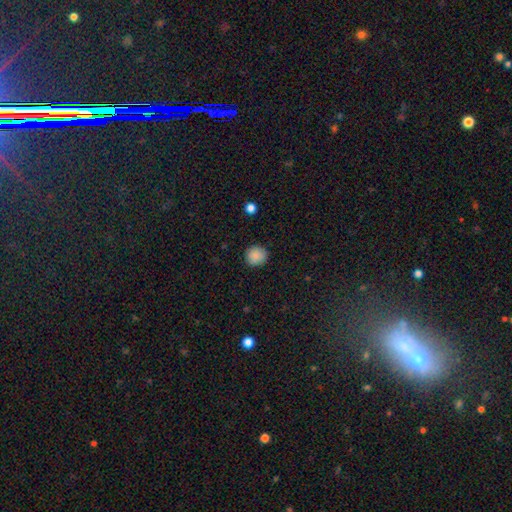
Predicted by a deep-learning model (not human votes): Smooth or featured? Predicted: smooth (p=0.88). How rounded? Predicted: round (p=0.92). Merging? Predicted: none (p=0.90).